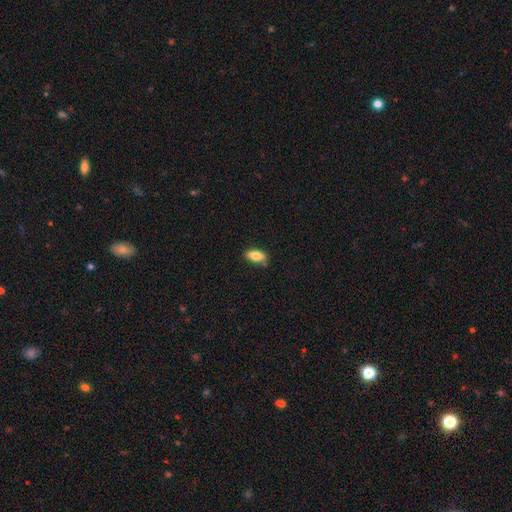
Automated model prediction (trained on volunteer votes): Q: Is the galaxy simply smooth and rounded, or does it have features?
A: smooth — 80%.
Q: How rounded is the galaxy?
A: in between — 83%.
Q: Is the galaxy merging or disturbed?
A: none — 81%.